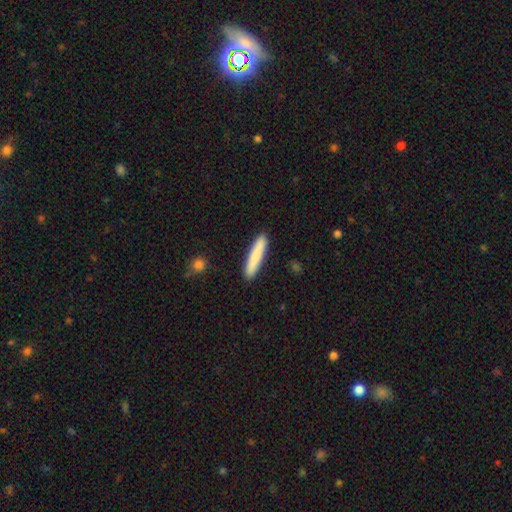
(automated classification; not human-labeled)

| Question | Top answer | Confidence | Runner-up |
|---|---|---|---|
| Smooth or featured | smooth | 81% | featured or disk (14%) |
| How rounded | cigar-shaped | 92% | in between (7%) |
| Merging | none | 91% | minor disturbance (7%) |